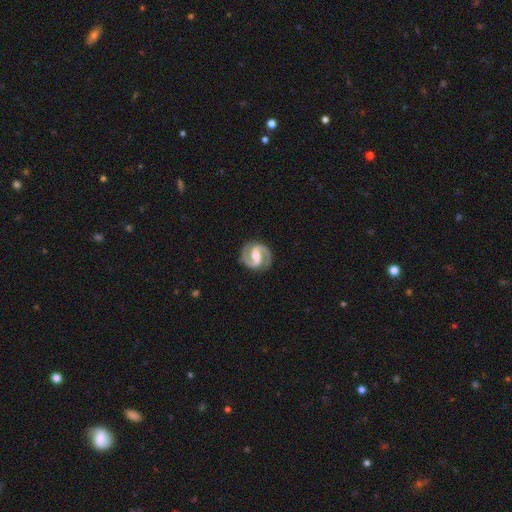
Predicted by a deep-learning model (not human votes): Morphology: type=featured or disk (93%); edge-on=no (98%); bar=strong (48%); spiral arms=yes (98%); winding=medium (60%); arm count=2 (95%); bulge=moderate (65%); merging=none (89%).